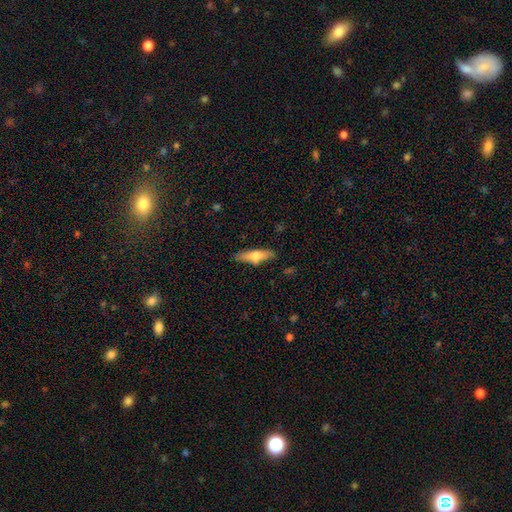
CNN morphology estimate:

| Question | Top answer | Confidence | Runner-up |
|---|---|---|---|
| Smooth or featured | smooth | 63% | featured or disk (31%) |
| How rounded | cigar-shaped | 67% | in between (31%) |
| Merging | none | 83% | minor disturbance (12%) |